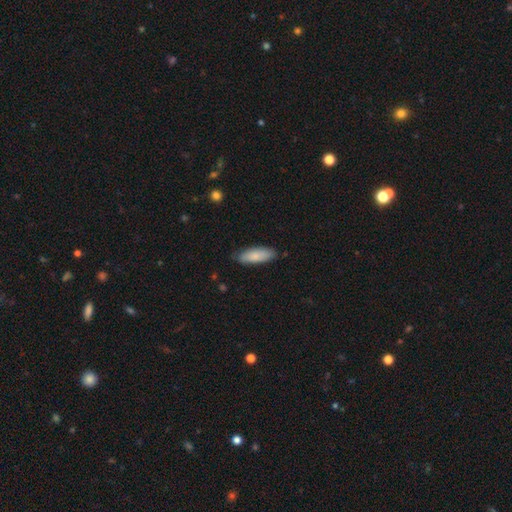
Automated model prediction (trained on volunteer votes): Smooth or featured? smooth (83%)
How rounded? in between (62%)
Merging? none (79%)